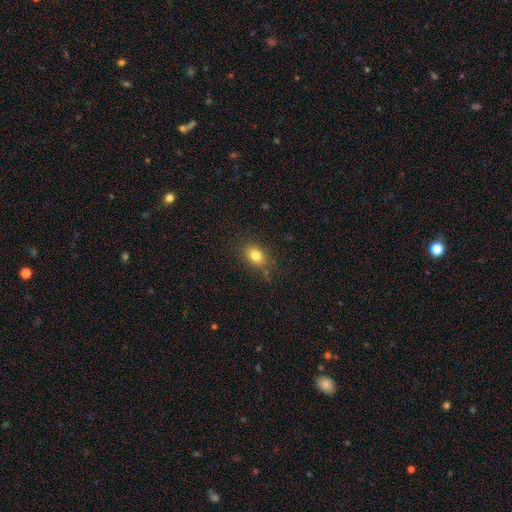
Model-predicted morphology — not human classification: This is clearly a smooth galaxy (80%). How rounded: likely in between (68%). Merging: likely none (77%).